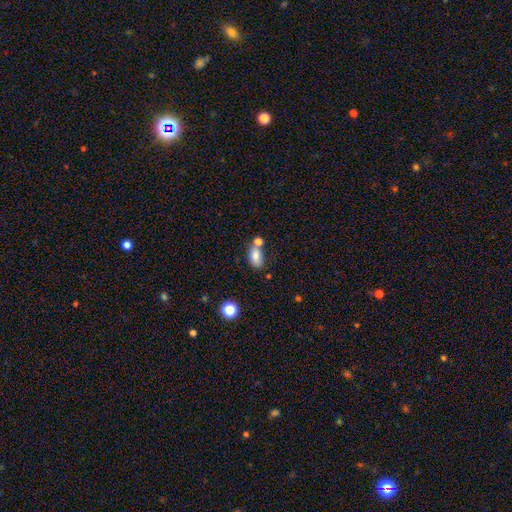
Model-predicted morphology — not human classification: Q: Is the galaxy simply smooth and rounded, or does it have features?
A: smooth — 80%.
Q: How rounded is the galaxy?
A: in between — 88%.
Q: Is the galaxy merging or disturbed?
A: none — 51%.